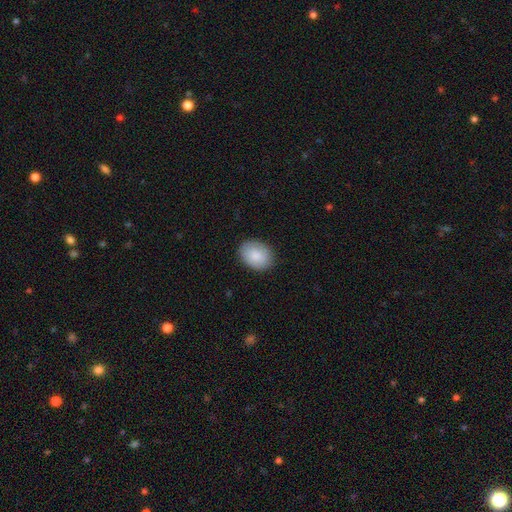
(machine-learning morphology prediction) A smooth galaxy with no disk features (85%) that is in between round and cigar-shaped (70%).

Vote fractions:
- Smooth or featured? smooth: 85% / featured or disk: 8% / star or artifact: 6%
- How rounded? in between: 70% / round: 29% / cigar-shaped: 1%
- Merging? none: 85% / minor disturbance: 11% / major disturbance: 2% / merger: 1%